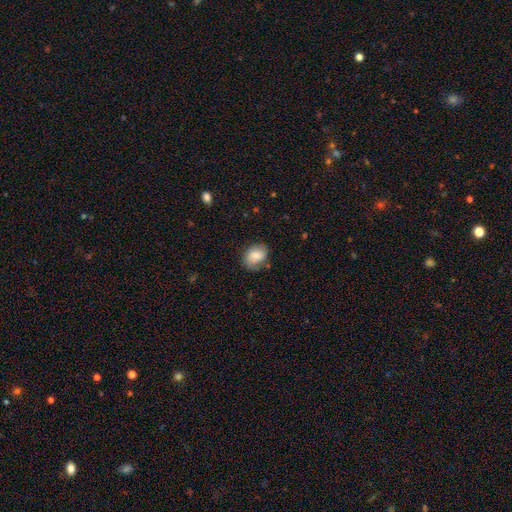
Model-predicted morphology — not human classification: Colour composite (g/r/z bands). It shows a smooth galaxy with no disk features (71%) that is in between round and cigar-shaped (63%). Merging: none (66%).